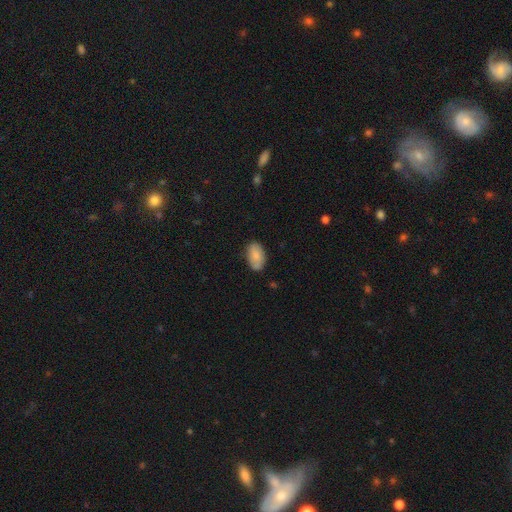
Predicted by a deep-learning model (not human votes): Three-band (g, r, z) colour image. It shows a smooth galaxy with no disk features (83%) that is in between round and cigar-shaped (93%). Merging: none (74%).